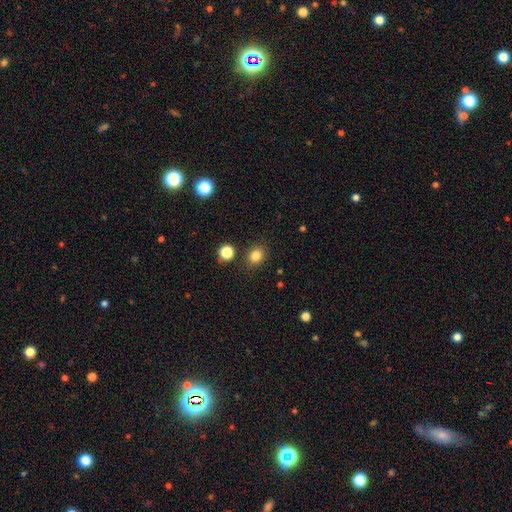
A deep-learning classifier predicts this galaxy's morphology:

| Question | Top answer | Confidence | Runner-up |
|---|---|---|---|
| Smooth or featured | smooth | 82% | star or artifact (13%) |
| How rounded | round | 62% | in between (37%) |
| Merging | none | 85% | minor disturbance (9%) |